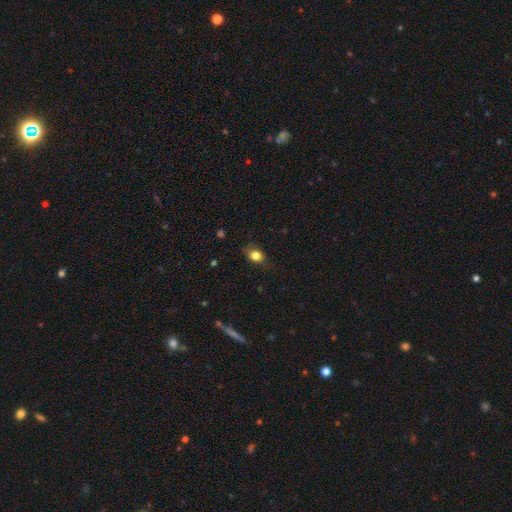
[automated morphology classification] This is clearly a smooth galaxy (80%). How rounded: likely in between (61%). Merging: likely none (73%).